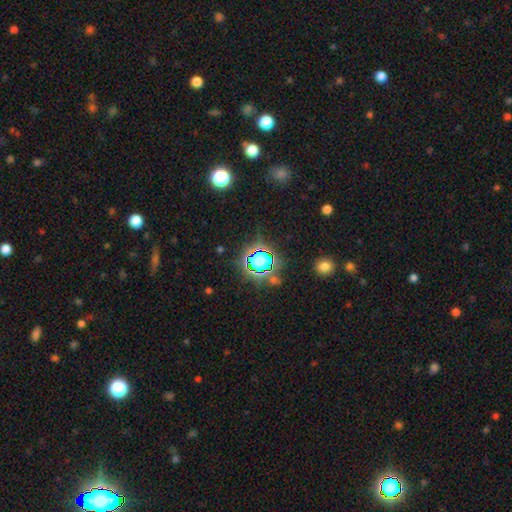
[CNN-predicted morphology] A star or artifact, not a galaxy (67%).